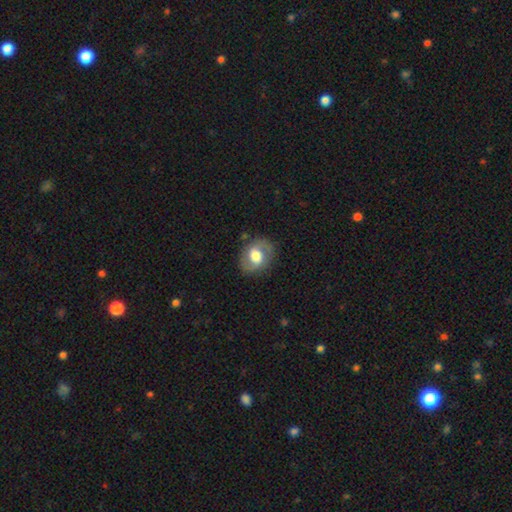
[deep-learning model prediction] Smooth or featured: featured or disk — 55% (smooth — 39%)
Edge-on disk: no — 96% (yes — 4%)
Bar: no — 44% (weak — 40%)
Spiral arms: yes — 66% (no — 34%)
Bulge size: moderate — 46% (large — 43%)
Merging: none — 80% (minor disturbance — 13%)